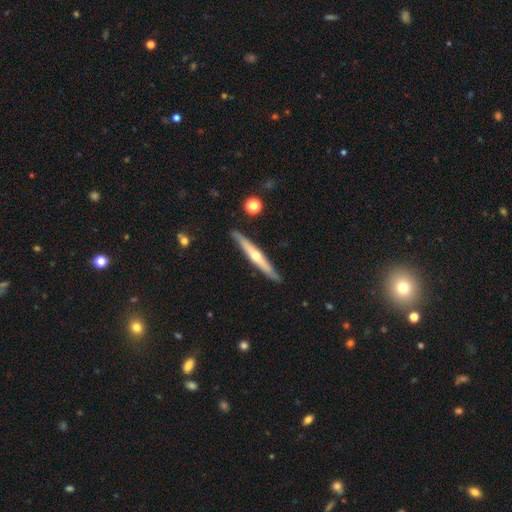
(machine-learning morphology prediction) A featured or disk galaxy (68%) viewed edge-on (96%) with a rounded central bulge (84%).

Vote fractions:
- Smooth or featured? featured or disk: 68% / smooth: 27% / star or artifact: 5%
- Edge-on disk? yes: 96% / no: 4%
- Edge-on bulge? rounded: 84% / none: 13% / boxy: 3%
- Merging? none: 88% / minor disturbance: 9% / major disturbance: 2% / merger: 2%